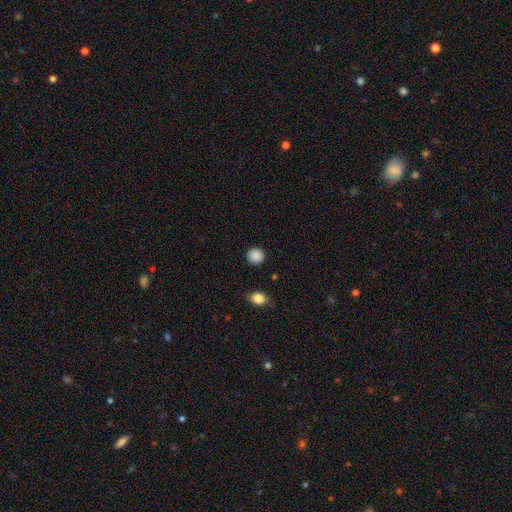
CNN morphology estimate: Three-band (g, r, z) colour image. It shows a smooth galaxy with no disk features (88%) that is round (91%). Merging: none (90%).